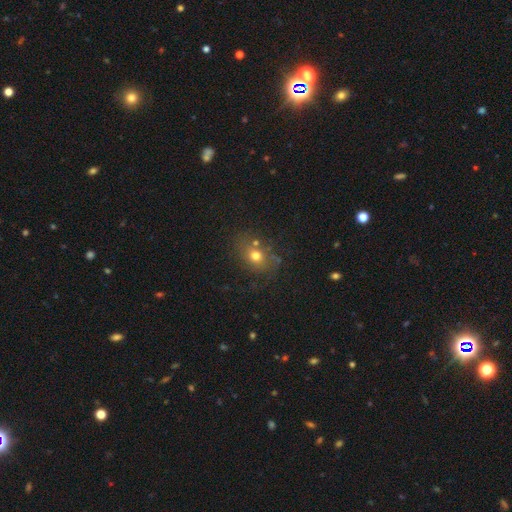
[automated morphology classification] A smooth galaxy with no disk features (66%) that is round (56%).

Vote fractions:
- Smooth or featured? smooth: 66% / star or artifact: 17% / featured or disk: 17%
- How rounded? round: 56% / in between: 43% / cigar-shaped: 1%
- Merging? none: 67% / minor disturbance: 17% / merger: 9% / major disturbance: 7%